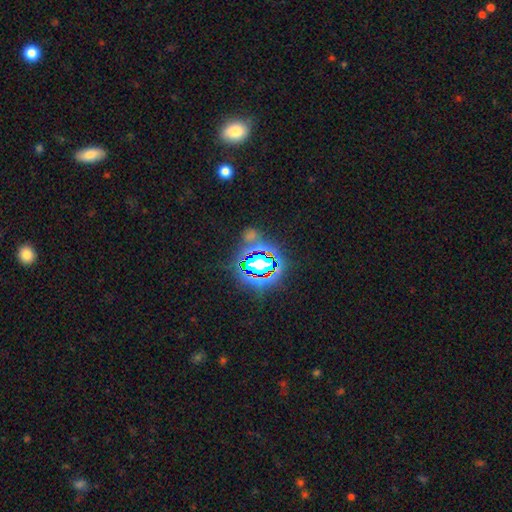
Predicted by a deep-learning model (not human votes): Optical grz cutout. It shows a star or artifact, not a galaxy (79%).